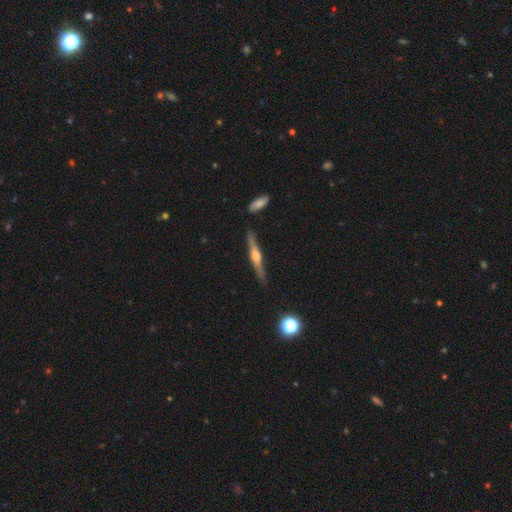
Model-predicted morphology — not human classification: smooth-or-featured: featured or disk: 72% | smooth: 22% | star or artifact: 6%
  disk-edge-on: yes: 98% | no: 2%
    edge-on-bulge: rounded: 89% | boxy: 6% | none: 5%
  merging: none: 86% | minor disturbance: 10% | merger: 3% | major disturbance: 2%